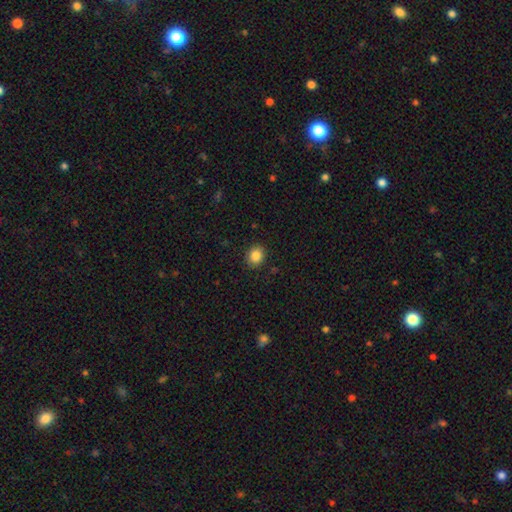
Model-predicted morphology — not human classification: type=smooth (85%); roundness=round (65%); merging=none (90%).